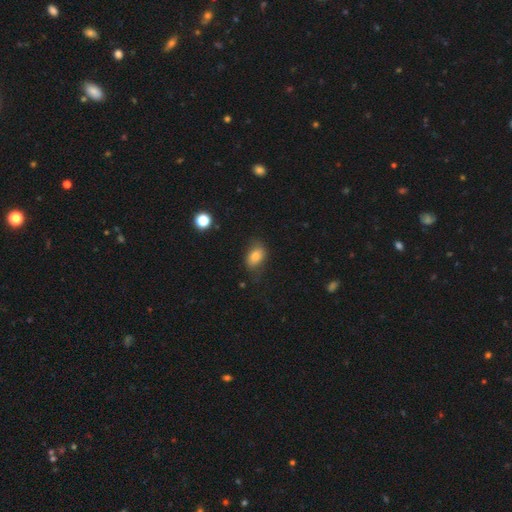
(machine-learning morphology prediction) Smooth or featured: smooth — 81% (featured or disk — 10%)
How rounded: in between — 83% (round — 15%)
Merging: none — 66% (minor disturbance — 24%)